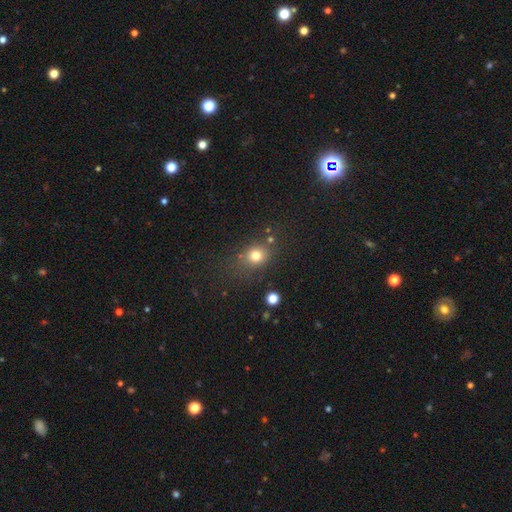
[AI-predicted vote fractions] Q: Smooth or featured?
A: smooth (76%); runner-up: star or artifact (16%)
Q: How rounded?
A: round (70%); runner-up: in between (29%)
Q: Merging?
A: none (73%); runner-up: minor disturbance (14%)